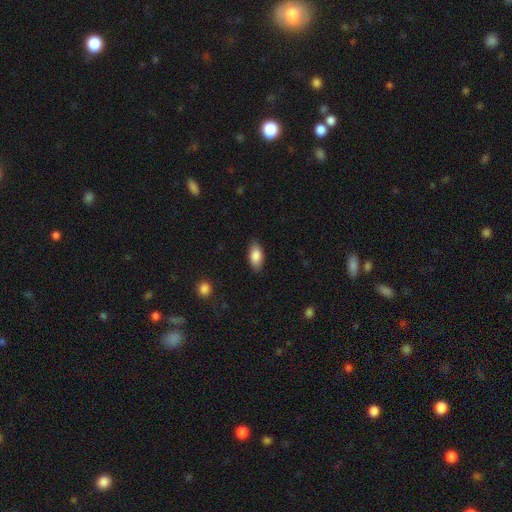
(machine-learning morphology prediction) Smooth or featured? smooth (86%)
How rounded? in between (91%)
Merging? none (85%)